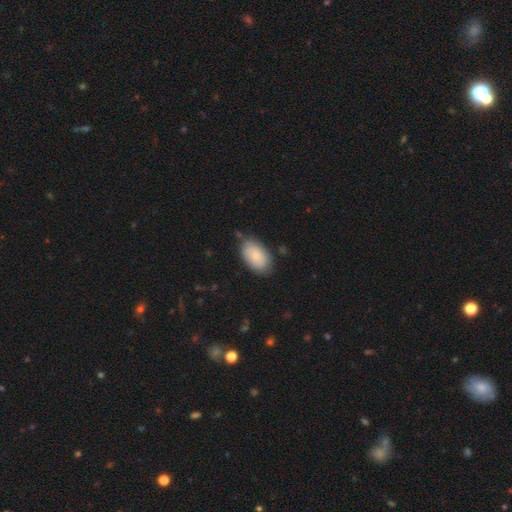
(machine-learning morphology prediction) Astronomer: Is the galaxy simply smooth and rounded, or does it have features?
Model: smooth — 77%.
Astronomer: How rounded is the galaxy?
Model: in between — 93%.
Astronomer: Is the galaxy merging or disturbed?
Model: none — 74%.